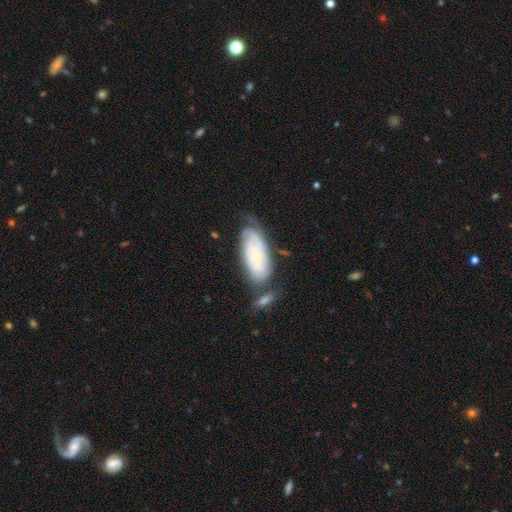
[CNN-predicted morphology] type=featured or disk (68%); edge-on=no (92%); bar=no (70%); spiral arms=yes (91%); winding=tight (70%); arm count=can't tell (46%); bulge=small (73%); merging=none (50%).